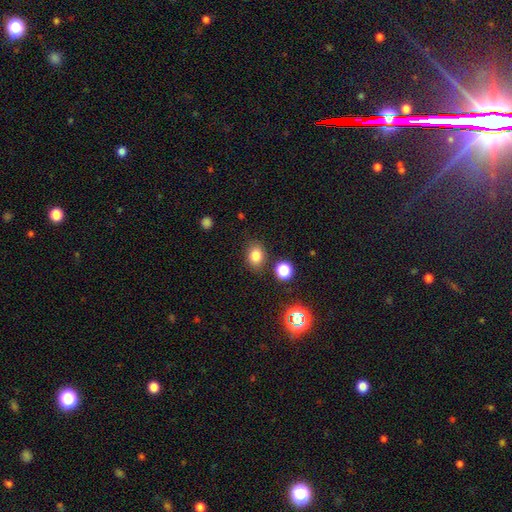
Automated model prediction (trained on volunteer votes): smooth 81%, star or artifact 13%, featured or disk 6%. Down the decision tree: how rounded — in between (55%); merging — none (82%).